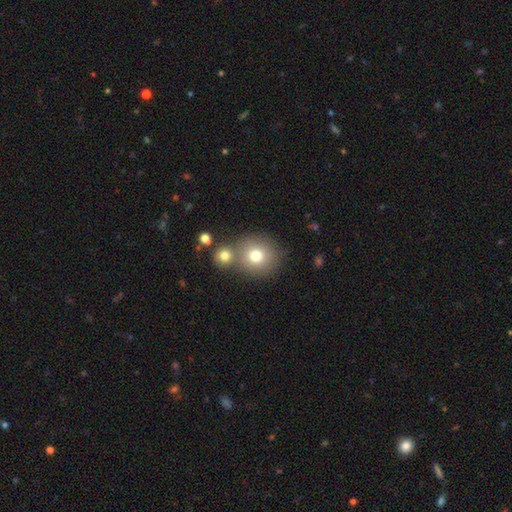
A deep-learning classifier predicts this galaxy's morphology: The model was most divided on "merging": none: 61%, merger: 26%, minor disturbance: 9%, major disturbance: 3%. More confident: how rounded — round (88%); smooth or featured — smooth (76%).